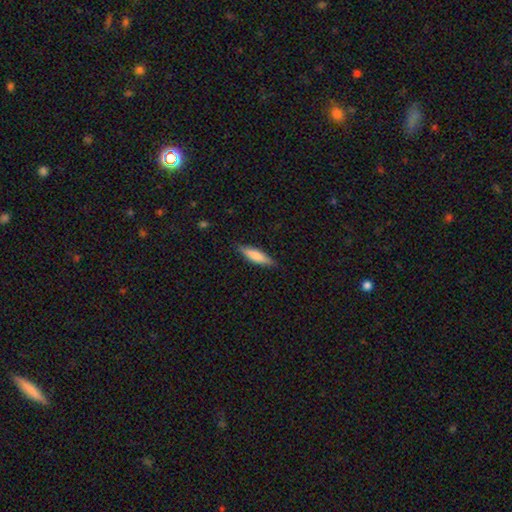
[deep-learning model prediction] smooth-or-featured: smooth: 72% | featured or disk: 23% | star or artifact: 6%
  how-rounded: cigar-shaped: 72% | in between: 27% | round: 2%
  merging: none: 86% | minor disturbance: 10% | major disturbance: 2% | merger: 1%